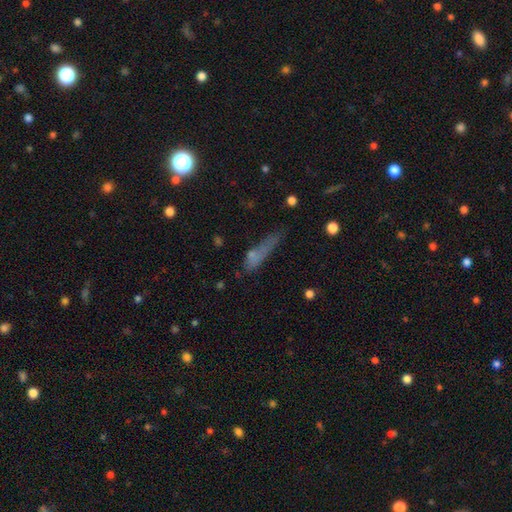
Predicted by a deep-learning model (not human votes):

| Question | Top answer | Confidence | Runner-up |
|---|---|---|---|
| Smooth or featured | smooth | 65% | featured or disk (22%) |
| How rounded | cigar-shaped | 68% | in between (28%) |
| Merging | none | 36% | major disturbance (27%) |